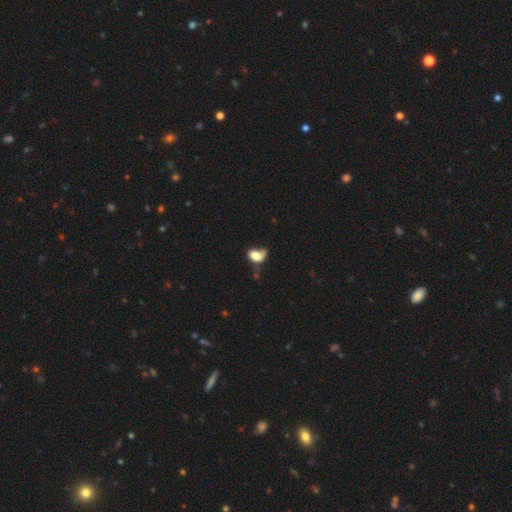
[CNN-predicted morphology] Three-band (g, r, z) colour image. It shows a smooth galaxy with no disk features (70%) that is in between round and cigar-shaped (82%). Merging: major disturbance (34%).